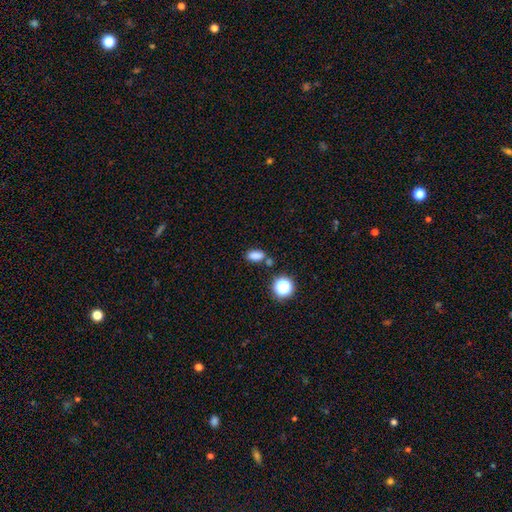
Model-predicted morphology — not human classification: Smooth or featured?
  - smooth: 80% *
  - star or artifact: 15%
  - featured or disk: 5%
How rounded?
  - in between: 82% *
  - round: 13%
  - cigar-shaped: 5%
Merging?
  - none: 70% *
  - merger: 14%
  - minor disturbance: 13%
  - major disturbance: 4%